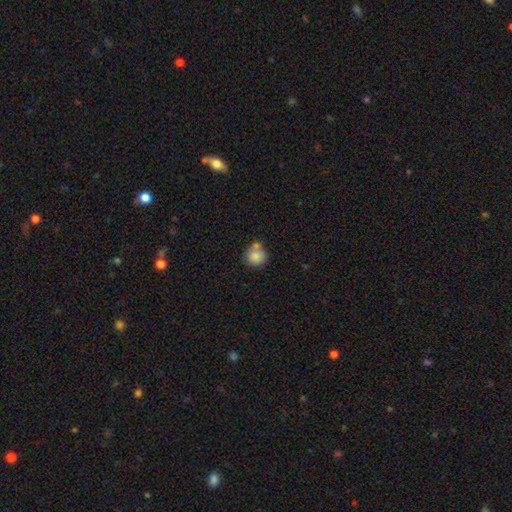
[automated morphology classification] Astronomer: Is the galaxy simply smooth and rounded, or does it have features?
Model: smooth — 84%.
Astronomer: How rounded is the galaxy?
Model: round — 89%.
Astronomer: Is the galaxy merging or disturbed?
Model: none — 54%.